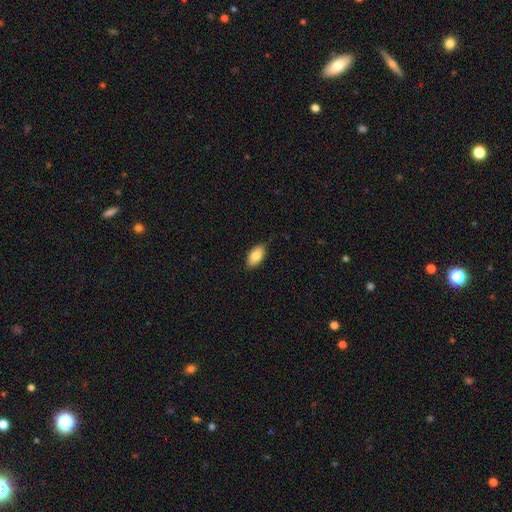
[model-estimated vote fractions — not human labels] Smooth or featured? Predicted: smooth (p=0.84). How rounded? Predicted: in between (p=0.93). Merging? Predicted: none (p=0.85).